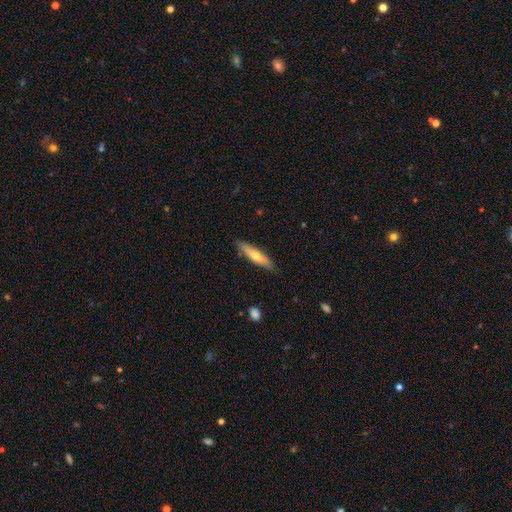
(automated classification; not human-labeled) A smooth galaxy with no disk features (54%) that is cigar-shaped (77%).

Vote fractions:
- Smooth or featured? smooth: 54% / featured or disk: 40% / star or artifact: 6%
- How rounded? cigar-shaped: 77% / in between: 21% / round: 2%
- Merging? none: 82% / minor disturbance: 13% / major disturbance: 2% / merger: 2%